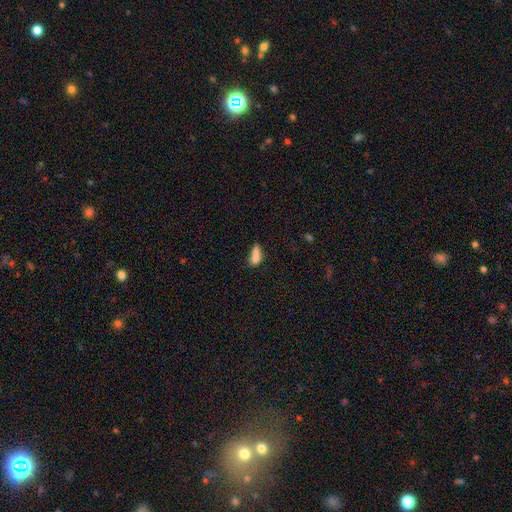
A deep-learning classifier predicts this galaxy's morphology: smooth-or-featured: smooth: 73% | featured or disk: 17% | star or artifact: 10%
  how-rounded: in between: 74% | cigar-shaped: 16% | round: 10%
  merging: merger: 47% | none: 26% | minor disturbance: 16% | major disturbance: 10%